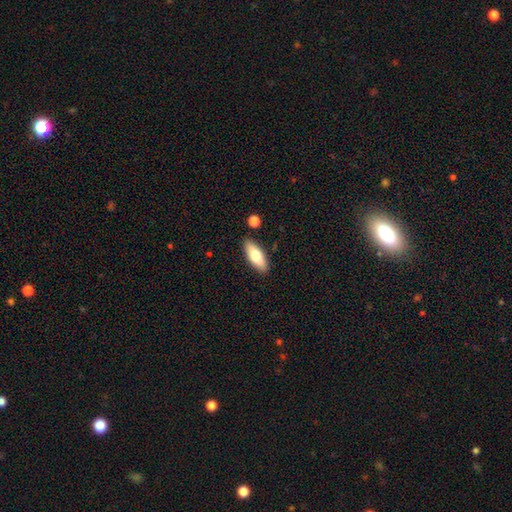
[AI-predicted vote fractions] The model was most divided on "how rounded": in between: 71%, cigar-shaped: 27%, round: 2%. More confident: merging — none (87%); smooth or featured — smooth (70%).